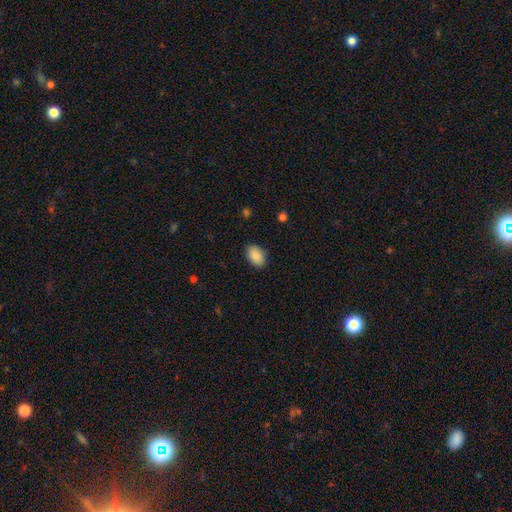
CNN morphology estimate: smooth-or-featured: smooth: 89% | star or artifact: 7% | featured or disk: 4%
  how-rounded: in between: 88% | round: 11% | cigar-shaped: 1%
  merging: none: 87% | minor disturbance: 10% | major disturbance: 2% | merger: 1%